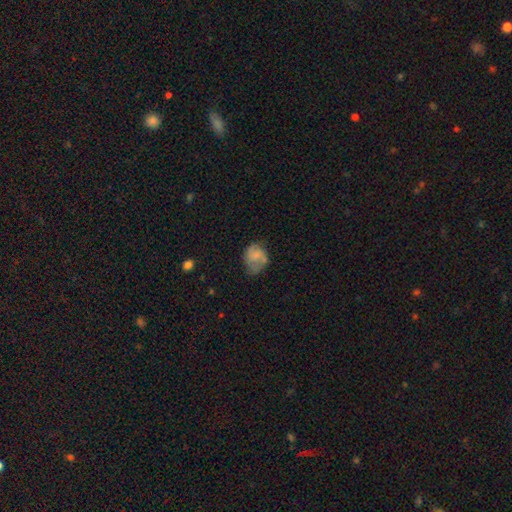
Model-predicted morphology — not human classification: The model was most divided on "how rounded": round: 50%, in between: 49%, cigar-shaped: 1%. Remaining: smooth or featured — smooth (55%); merging — none (43%).